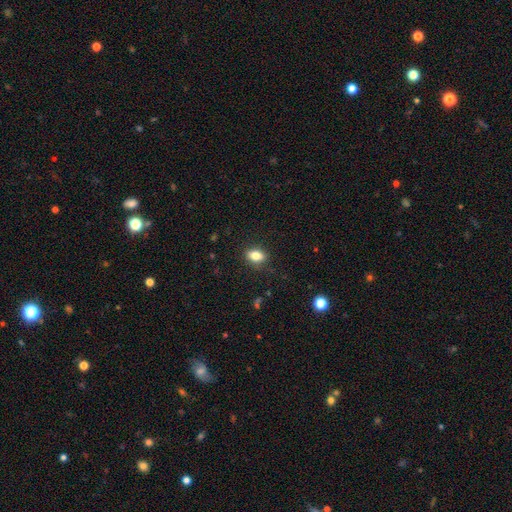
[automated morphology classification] smooth-or-featured: smooth: 83% | star or artifact: 9% | featured or disk: 8%
  how-rounded: in between: 83% | round: 14% | cigar-shaped: 3%
  merging: none: 86% | minor disturbance: 10% | major disturbance: 3% | merger: 1%